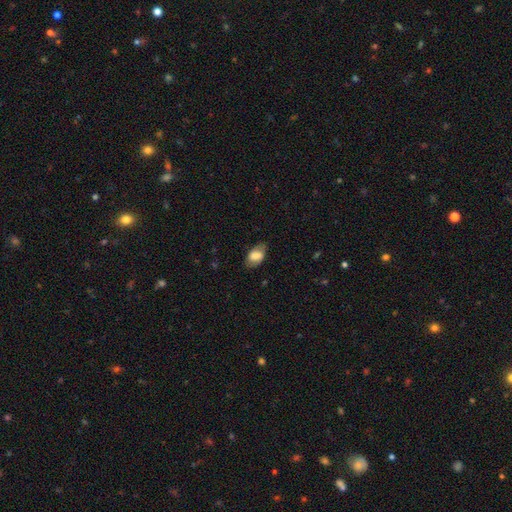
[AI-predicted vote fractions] smooth-or-featured: smooth: 68% | featured or disk: 25% | star or artifact: 7%
  how-rounded: in between: 92% | round: 6% | cigar-shaped: 2%
  merging: none: 73% | minor disturbance: 19% | major disturbance: 6% | merger: 1%